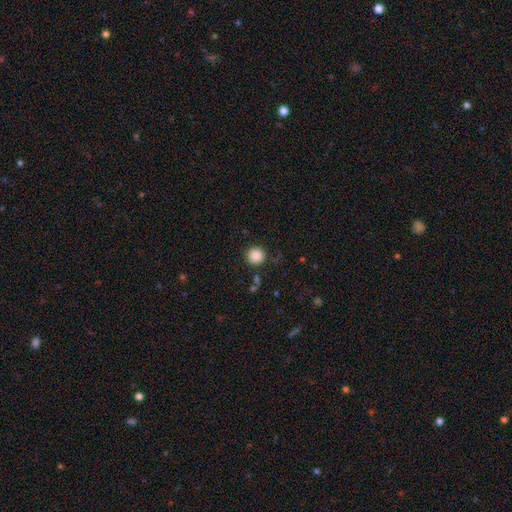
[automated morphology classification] This appears to be a smooth galaxy with no disk features (86%) that is round (95%). Merging: none (88%).